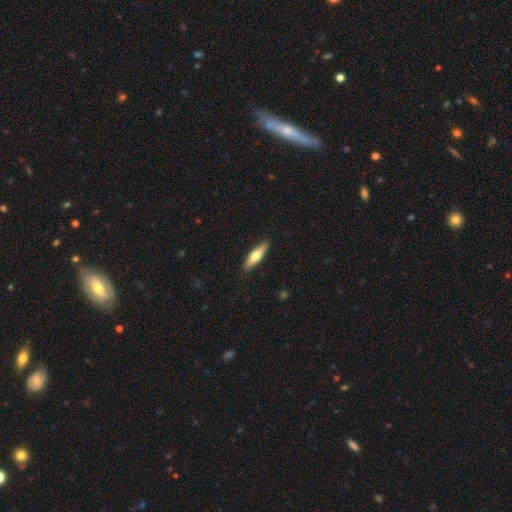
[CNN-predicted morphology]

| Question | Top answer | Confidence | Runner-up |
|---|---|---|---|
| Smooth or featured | smooth | 59% | featured or disk (36%) |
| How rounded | cigar-shaped | 67% | in between (31%) |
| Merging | none | 89% | minor disturbance (8%) |